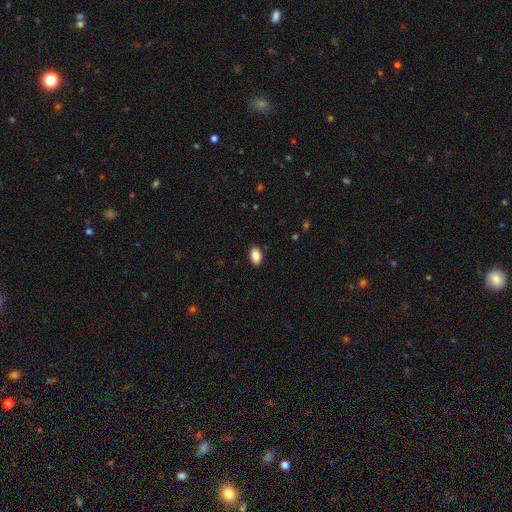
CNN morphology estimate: type=smooth (89%); roundness=in between (93%); merging=none (89%).